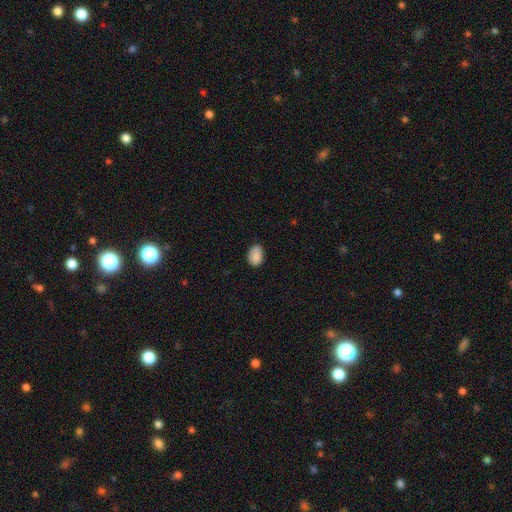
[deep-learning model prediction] This is clearly a smooth galaxy (88%). How rounded: clearly in between (81%). Merging: likely none (78%).